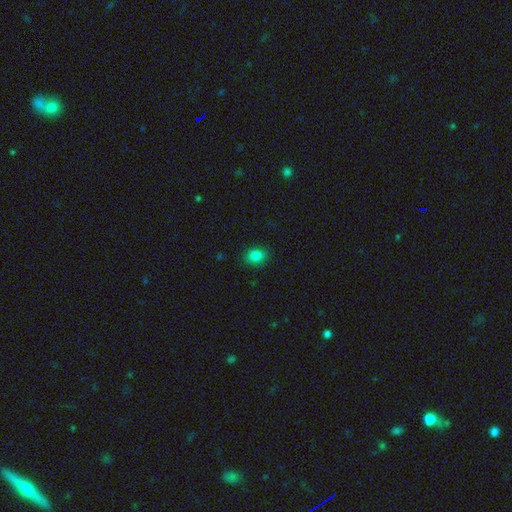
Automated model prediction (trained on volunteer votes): smooth_or_featured: smooth (p=0.83) [alt: star or artifact p=0.12]
how_rounded: in between (p=0.60) [alt: round p=0.39]
merging: none (p=0.88) [alt: minor disturbance p=0.09]